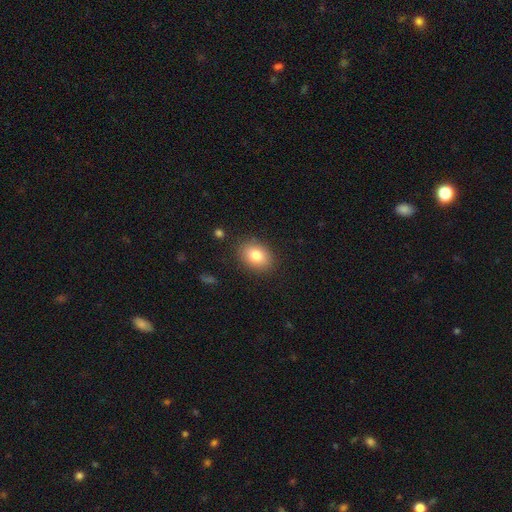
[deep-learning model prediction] Morphology: type=smooth (82%); roundness=in between (70%); merging=none (86%).